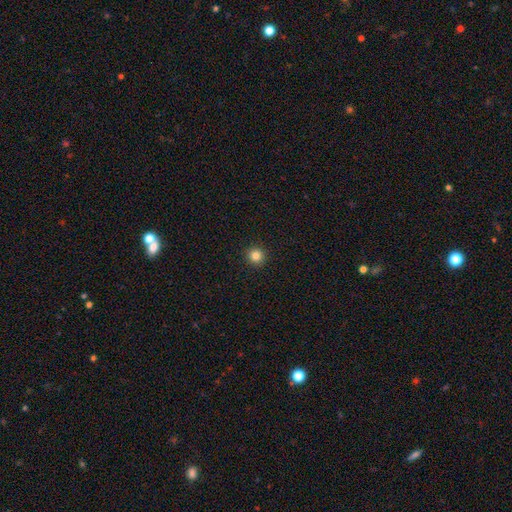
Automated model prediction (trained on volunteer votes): A smooth galaxy with no disk features (83%) that is round (95%).

Vote fractions:
- Smooth or featured? smooth: 83% / star or artifact: 12% / featured or disk: 5%
- How rounded? round: 95% / in between: 4% / cigar-shaped: 1%
- Merging? none: 93% / minor disturbance: 4% / major disturbance: 2% / merger: 1%